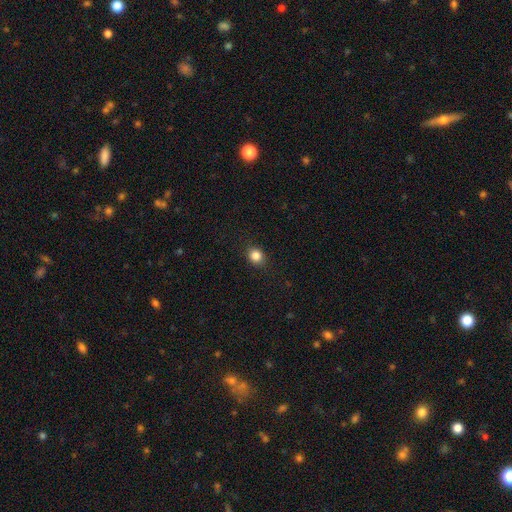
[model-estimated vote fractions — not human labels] This appears to be a smooth galaxy with no disk features (85%) that is round (70%). Merging: none (89%).